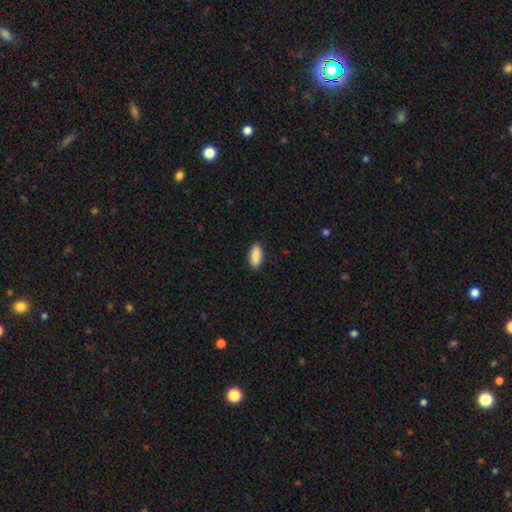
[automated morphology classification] type=smooth (91%); roundness=in between (84%); merging=none (89%).